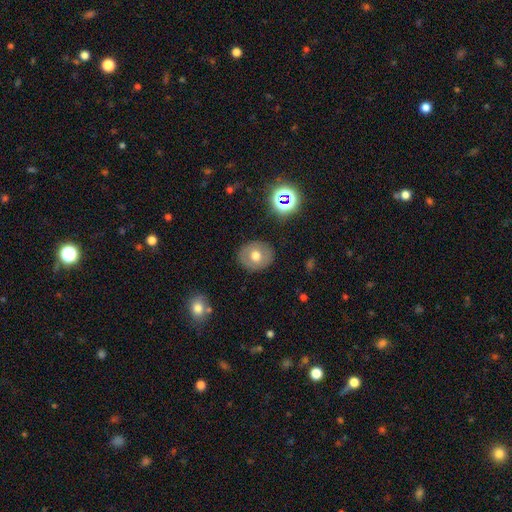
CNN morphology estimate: A smooth galaxy with no disk features (64%) that is round (72%).

Vote fractions:
- Smooth or featured? smooth: 64% / featured or disk: 25% / star or artifact: 11%
- How rounded? round: 72% / in between: 27% / cigar-shaped: 1%
- Merging? none: 87% / minor disturbance: 9% / major disturbance: 3% / merger: 1%